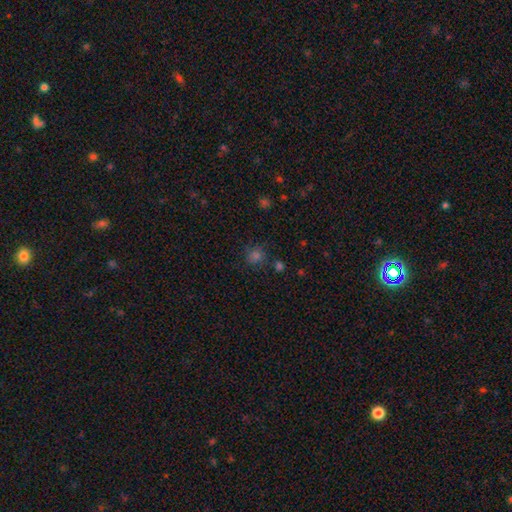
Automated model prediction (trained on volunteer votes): smooth-or-featured: smooth: 65% | star or artifact: 28% | featured or disk: 7%
  how-rounded: round: 88% | in between: 11% | cigar-shaped: 1%
  merging: none: 81% | minor disturbance: 11% | merger: 4% | major disturbance: 4%